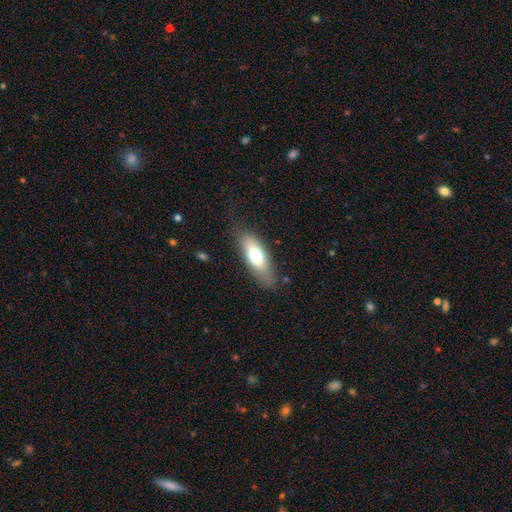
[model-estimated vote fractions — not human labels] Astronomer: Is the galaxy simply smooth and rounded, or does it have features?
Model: smooth — 68%.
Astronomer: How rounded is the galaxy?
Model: in between — 68%.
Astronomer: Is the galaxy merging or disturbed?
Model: none — 75%.